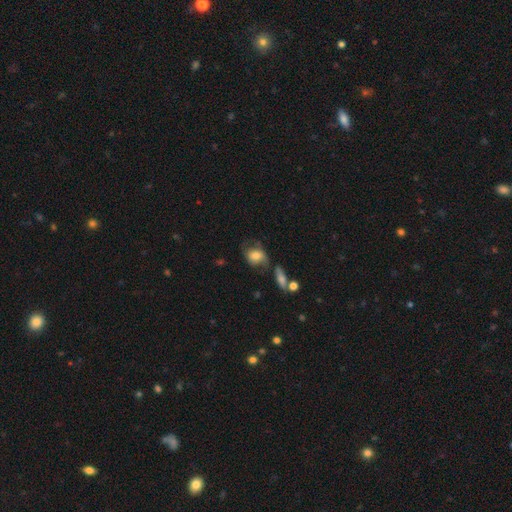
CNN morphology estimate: smooth-or-featured: smooth: 57% | featured or disk: 35% | star or artifact: 8%
  how-rounded: in between: 62% | round: 36% | cigar-shaped: 2%
  merging: none: 40% | minor disturbance: 26% | major disturbance: 22% | merger: 12%